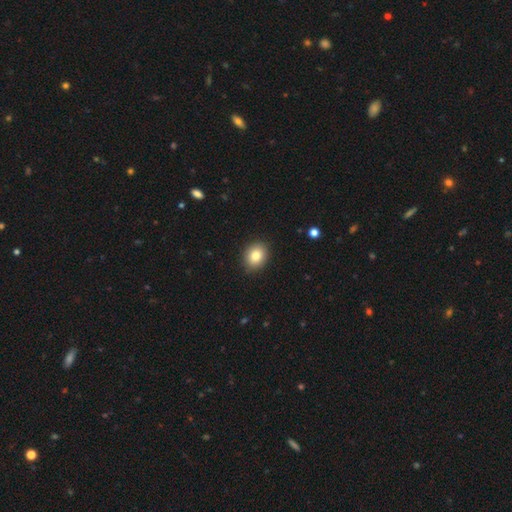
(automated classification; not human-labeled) Smooth or featured? smooth (84%)
How rounded? in between (53%)
Merging? none (89%)